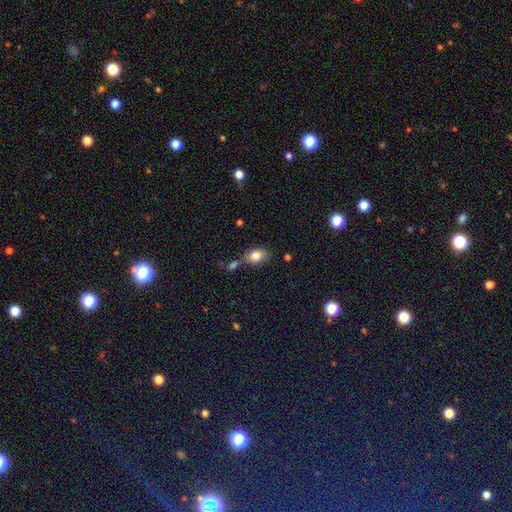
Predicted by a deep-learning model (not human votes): smooth-or-featured: smooth: 82% | star or artifact: 9% | featured or disk: 9%
  how-rounded: in between: 79% | round: 20% | cigar-shaped: 2%
  merging: none: 58% | merger: 21% | minor disturbance: 16% | major disturbance: 5%